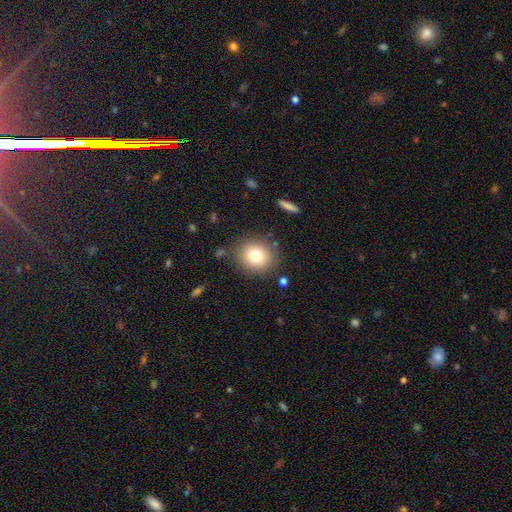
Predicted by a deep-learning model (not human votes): Smooth or featured? smooth (77%)
How rounded? round (78%)
Merging? none (84%)